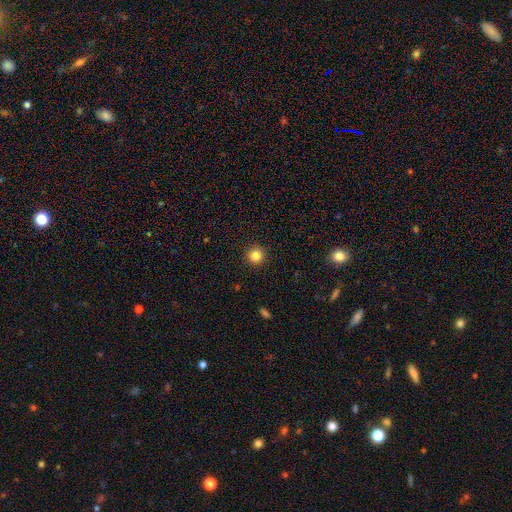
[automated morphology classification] Smooth or featured? smooth (84%)
How rounded? round (95%)
Merging? none (93%)